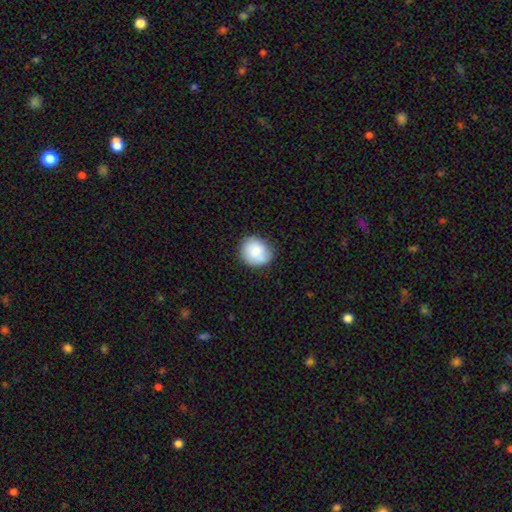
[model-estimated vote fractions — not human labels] The model was most divided on "how rounded": round: 78%, in between: 21%, cigar-shaped: 1%. More confident: smooth or featured — smooth (81%); merging — none (77%).